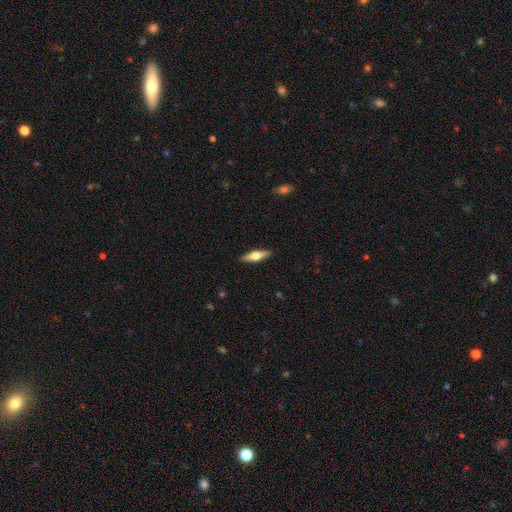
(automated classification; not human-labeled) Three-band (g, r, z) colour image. It shows a featured or disk galaxy (51%) viewed edge-on (93%). Merging: none (90%).